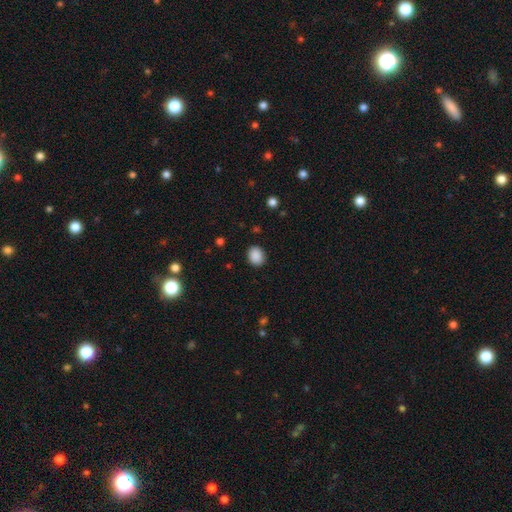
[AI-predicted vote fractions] A smooth galaxy with no disk features (88%) that is round (55%).

Vote fractions:
- Smooth or featured? smooth: 88% / star or artifact: 9% / featured or disk: 3%
- How rounded? round: 55% / in between: 44% / cigar-shaped: 1%
- Merging? none: 89% / minor disturbance: 8% / major disturbance: 2% / merger: 1%